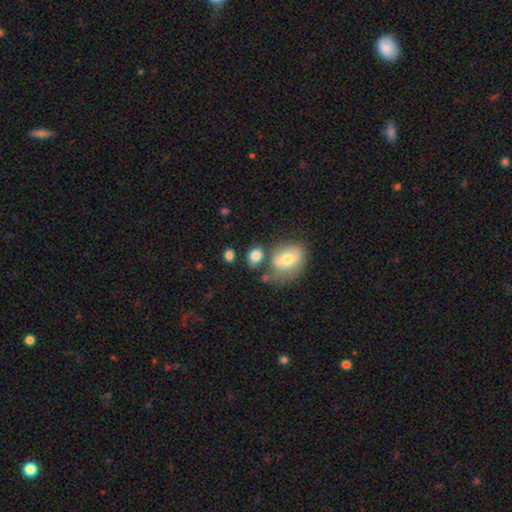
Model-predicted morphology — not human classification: The model was most divided on "how rounded": in between: 64%, round: 35%, cigar-shaped: 2%. More confident: smooth or featured — smooth (82%); merging — none (61%).